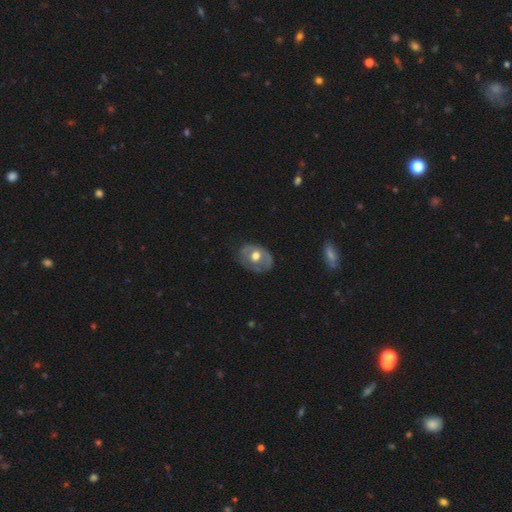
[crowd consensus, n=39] This appears to be a featured or disk galaxy (54%) with no bar (83%), no spiral arms (83%) and a moderate central bulge (78%). Merging: none (70%).